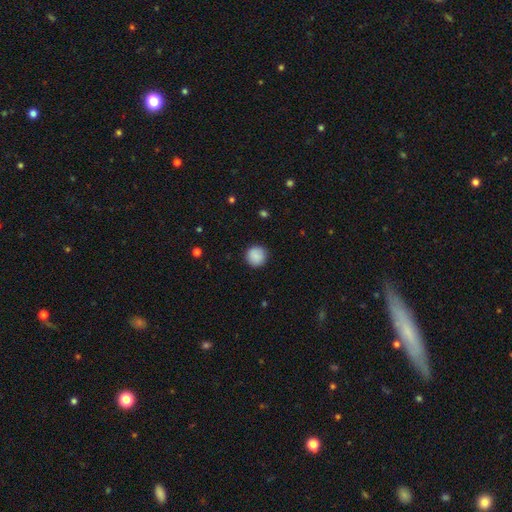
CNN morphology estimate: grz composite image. It shows a smooth galaxy with no disk features (89%) that is round (95%). Merging: none (90%).